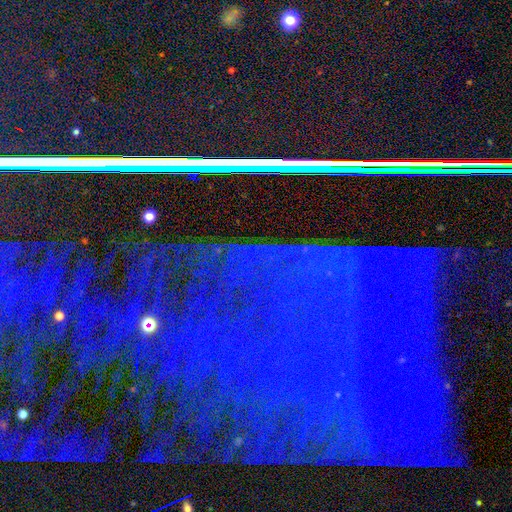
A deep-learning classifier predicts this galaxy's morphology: Overall: star or artifact (84%).